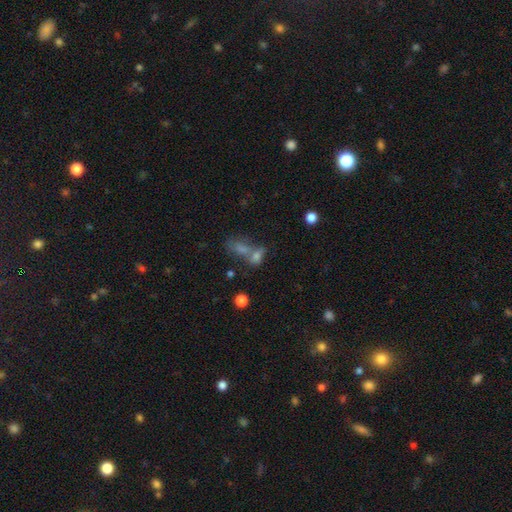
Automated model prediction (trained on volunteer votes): This is likely a smooth galaxy (67%). How rounded: likely in between (73%). Merging: possibly merger (55%).